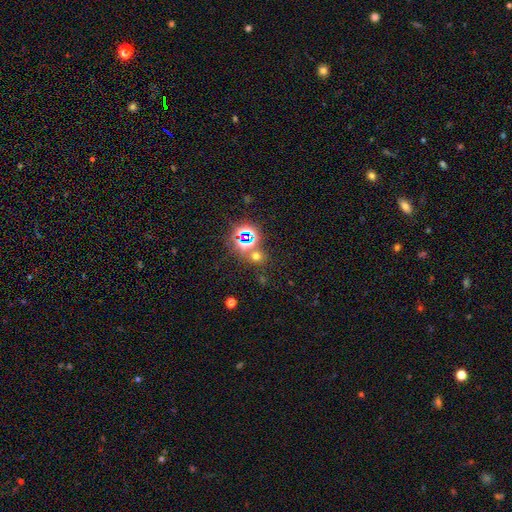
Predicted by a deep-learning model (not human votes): Morphology: type=star or artifact (46%, tied with smooth).